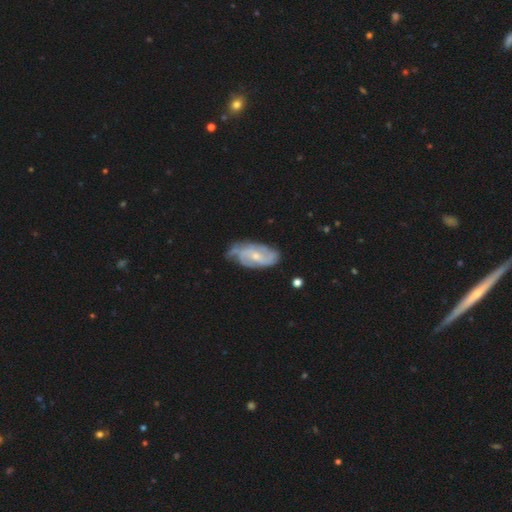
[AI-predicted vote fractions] smooth_or_featured: featured or disk (p=0.79) [alt: smooth p=0.16]
disk_edge_on: no (p=0.95) [alt: yes p=0.05]
bar: no (p=0.49) [alt: weak p=0.42]
has_spiral_arms: yes (p=0.93) [alt: no p=0.07]
spiral_winding: tight (p=0.44) [alt: medium p=0.41]
spiral_arm_count: 2 (p=0.39) [alt: can't tell p=0.28]
bulge_size: small (p=0.57) [alt: moderate p=0.38]
merging: none (p=0.56) [alt: minor disturbance p=0.31]